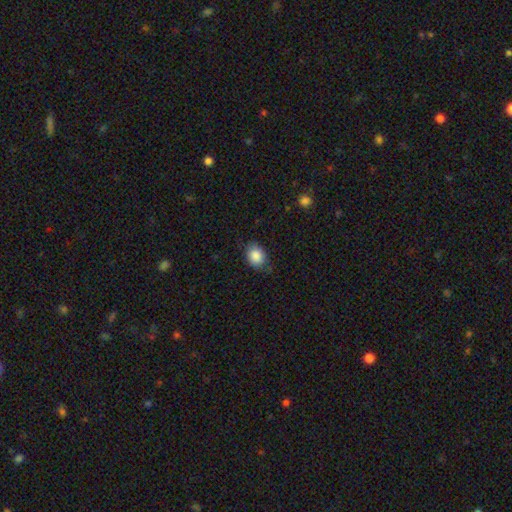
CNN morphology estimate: Q: Smooth or featured?
A: smooth (87%); runner-up: star or artifact (8%)
Q: How rounded?
A: in between (61%); runner-up: round (38%)
Q: Merging?
A: none (75%); runner-up: minor disturbance (20%)